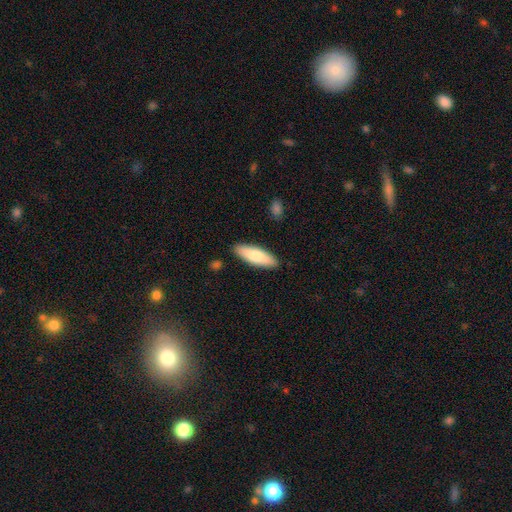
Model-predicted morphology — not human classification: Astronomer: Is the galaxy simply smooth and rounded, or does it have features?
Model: smooth — 79%.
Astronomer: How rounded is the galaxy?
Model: in between — 55% (runner-up: cigar-shaped, 44%).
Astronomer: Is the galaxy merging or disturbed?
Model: none — 88%.